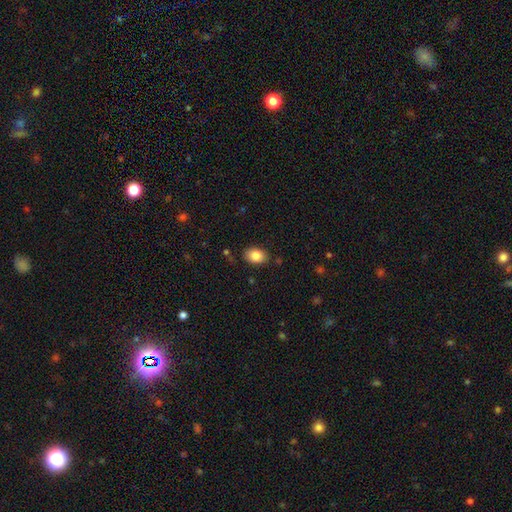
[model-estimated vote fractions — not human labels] Smooth or featured? smooth (85%)
How rounded? in between (80%)
Merging? none (85%)